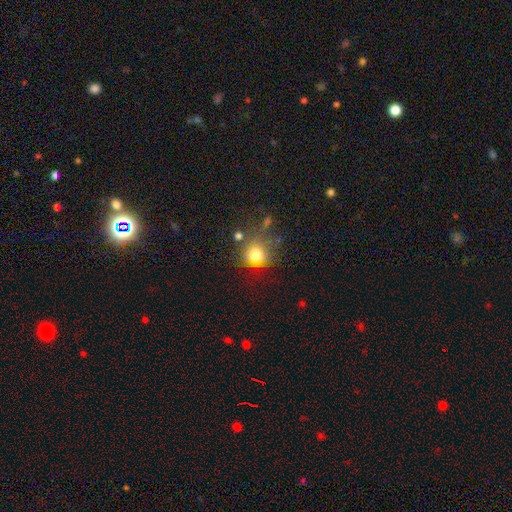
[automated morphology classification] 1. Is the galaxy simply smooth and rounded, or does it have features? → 74% smooth, 16% star or artifact, 10% featured or disk.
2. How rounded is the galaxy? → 87% round, 12% in between, 1% cigar-shaped.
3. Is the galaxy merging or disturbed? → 68% none, 16% minor disturbance, 8% merger, 8% major disturbance.